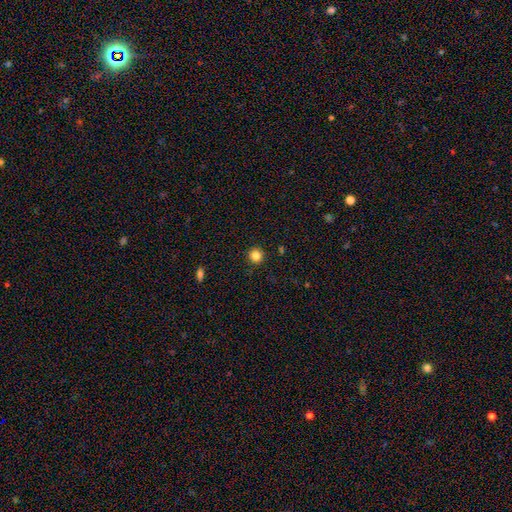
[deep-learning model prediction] Smooth or featured: smooth — 84% (star or artifact — 12%)
How rounded: round — 95% (in between — 4%)
Merging: none — 92% (minor disturbance — 5%)